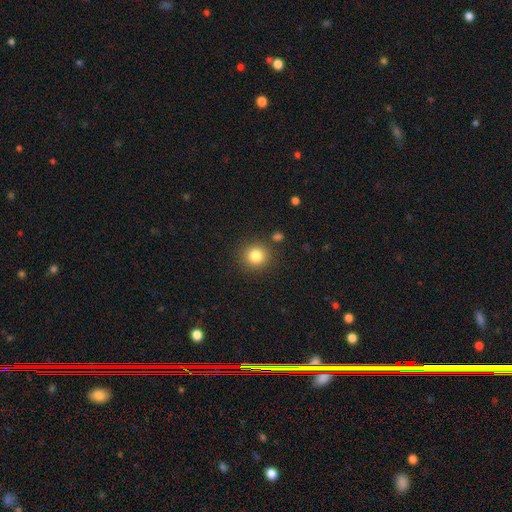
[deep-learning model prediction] Smooth or featured? smooth (82%)
How rounded? round (91%)
Merging? none (86%)